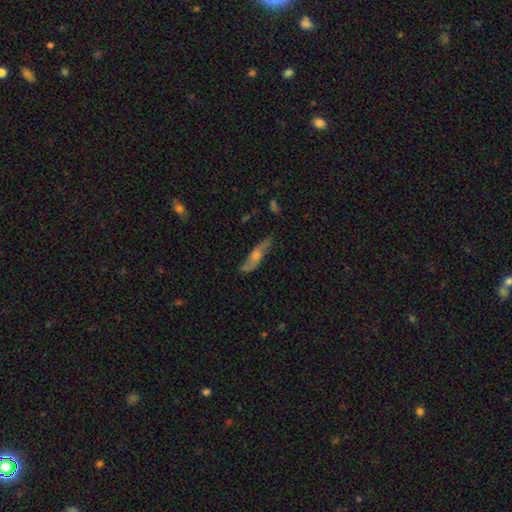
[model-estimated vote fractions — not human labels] Smooth or featured: featured or disk — 58% (smooth — 34%)
Edge-on disk: yes — 60% (no — 40%)
Merging: none — 78% (minor disturbance — 16%)